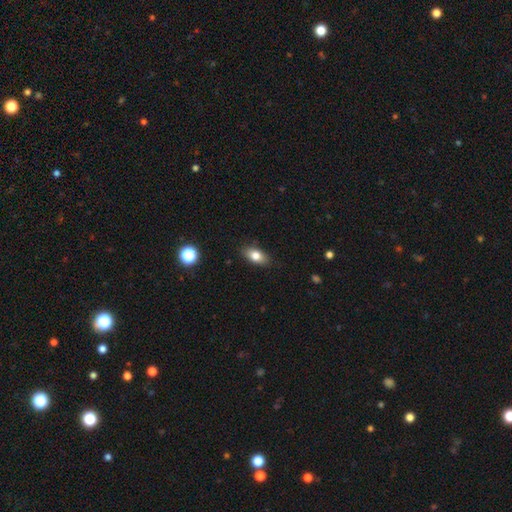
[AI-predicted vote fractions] Q: Smooth or featured?
A: smooth (79%); runner-up: featured or disk (13%)
Q: How rounded?
A: in between (85%); runner-up: round (9%)
Q: Merging?
A: none (86%); runner-up: minor disturbance (10%)